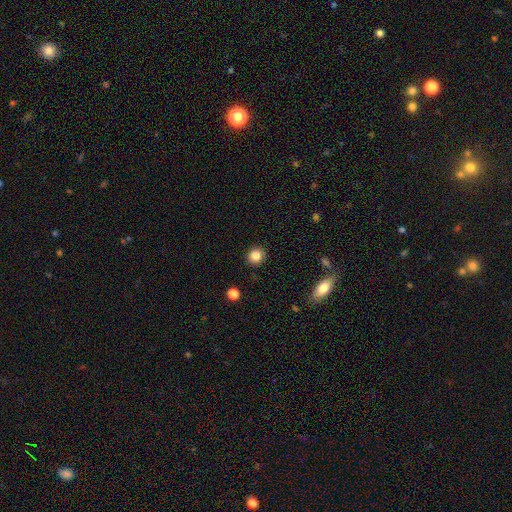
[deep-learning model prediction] Overall: smooth (85%). How rounded: round (87%). Merging: none (90%).